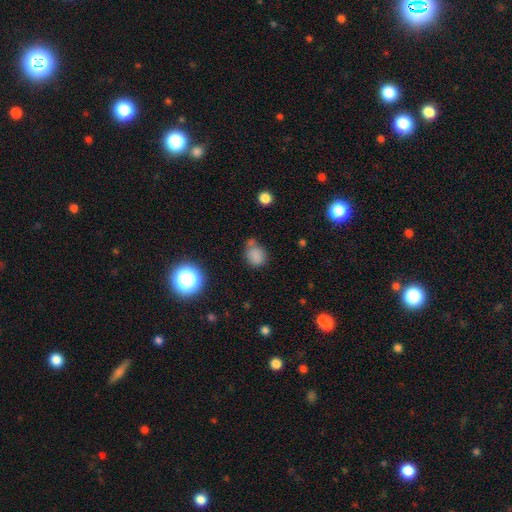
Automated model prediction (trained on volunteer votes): Morphology: type=smooth (78%); roundness=round (65%); merging=none (52%).